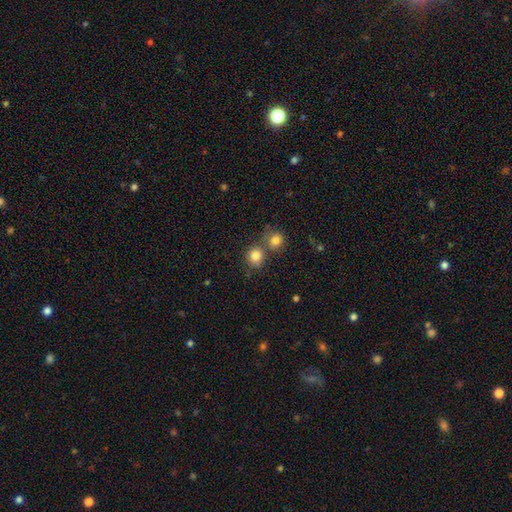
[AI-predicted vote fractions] This is clearly a smooth galaxy (82%). How rounded: clearly round (85%). Merging: possibly none (55%).